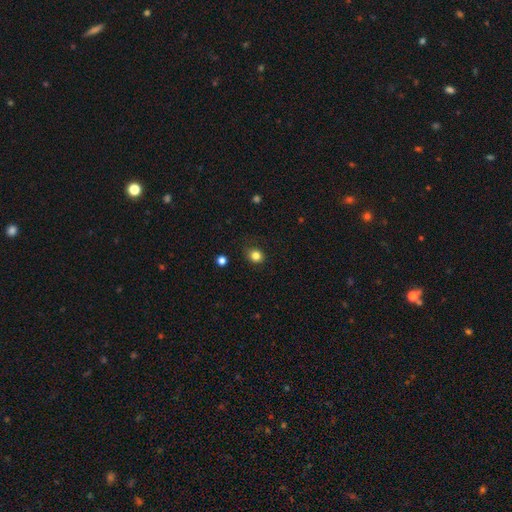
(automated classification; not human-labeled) A smooth galaxy with no disk features (83%) that is round (78%).

Vote fractions:
- Smooth or featured? smooth: 83% / star or artifact: 13% / featured or disk: 5%
- How rounded? round: 78% / in between: 21% / cigar-shaped: 1%
- Merging? none: 82% / minor disturbance: 13% / major disturbance: 3% / merger: 1%